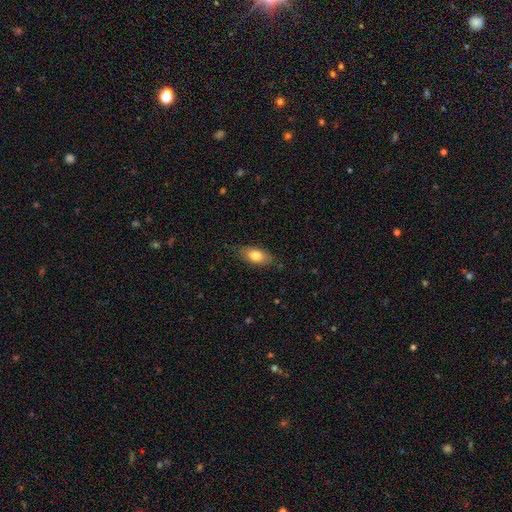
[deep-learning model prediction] This appears to be a smooth galaxy with no disk features (78%) that is in between round and cigar-shaped (86%). Merging: none (79%).